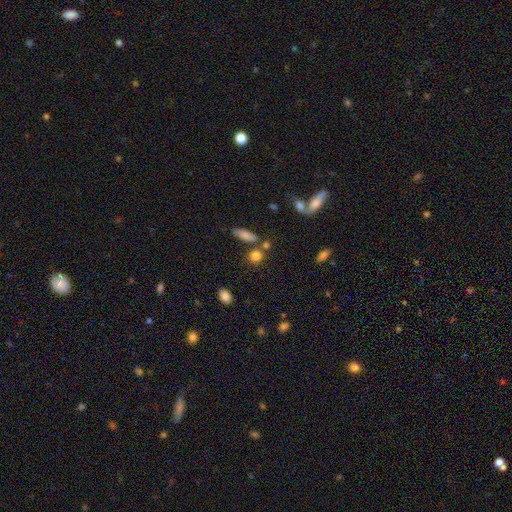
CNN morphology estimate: Overall: smooth (81%). How rounded: round (74%). Merging: none (69%).